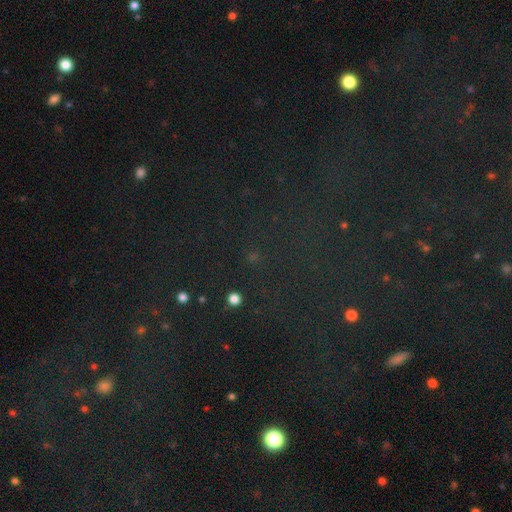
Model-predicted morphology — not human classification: Q: Smooth or featured?
A: star or artifact (76%); runner-up: smooth (15%)